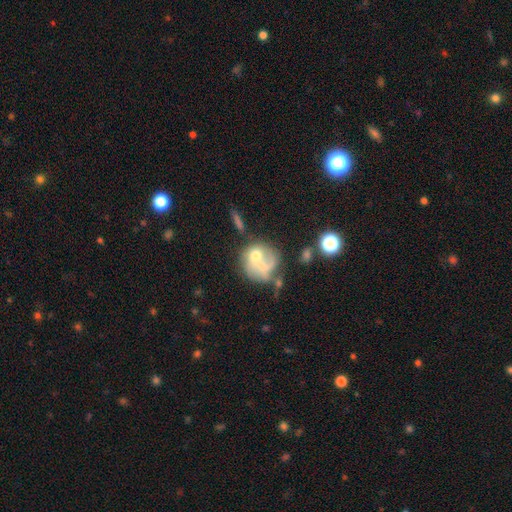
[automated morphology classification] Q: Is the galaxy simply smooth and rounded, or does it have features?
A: featured or disk — 46%.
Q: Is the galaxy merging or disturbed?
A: merger — 35%.